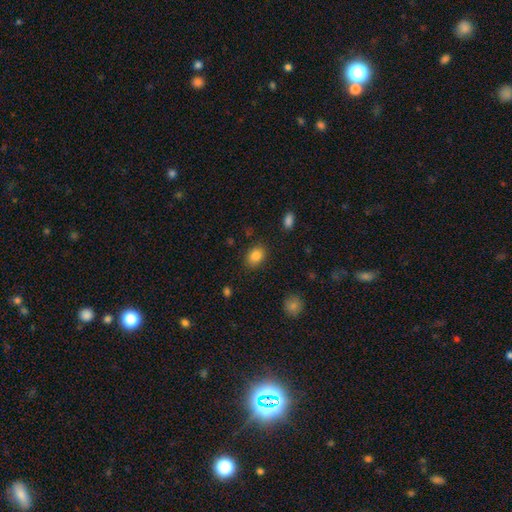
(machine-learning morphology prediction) A smooth galaxy with no disk features (85%) that is in between round and cigar-shaped (69%).

Vote fractions:
- Smooth or featured? smooth: 85% / star or artifact: 9% / featured or disk: 6%
- How rounded? in between: 69% / round: 30% / cigar-shaped: 1%
- Merging? none: 85% / minor disturbance: 10% / major disturbance: 3% / merger: 2%